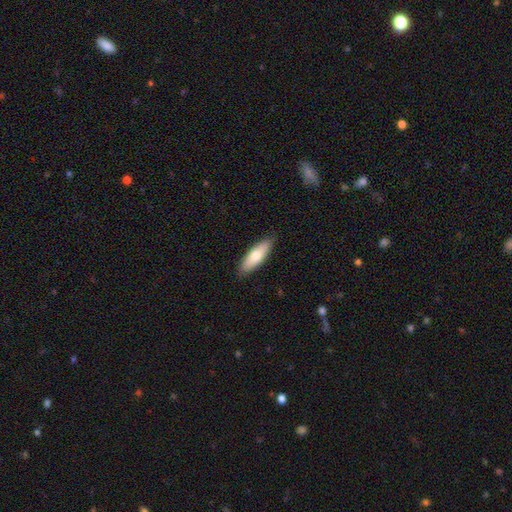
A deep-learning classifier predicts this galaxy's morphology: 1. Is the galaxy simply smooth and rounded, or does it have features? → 72% smooth, 23% featured or disk, 5% star or artifact.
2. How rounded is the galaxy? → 56% in between, 42% cigar-shaped, 2% round.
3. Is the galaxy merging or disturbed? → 88% none, 9% minor disturbance, 2% major disturbance, 1% merger.